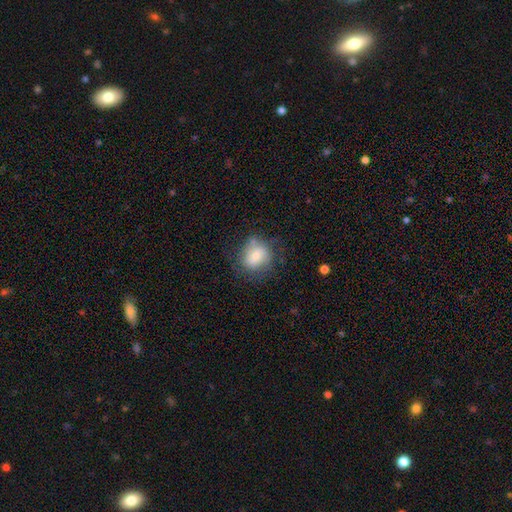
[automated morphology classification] This is likely a smooth galaxy (66%). How rounded: likely round (68%). Merging: likely none (61%).